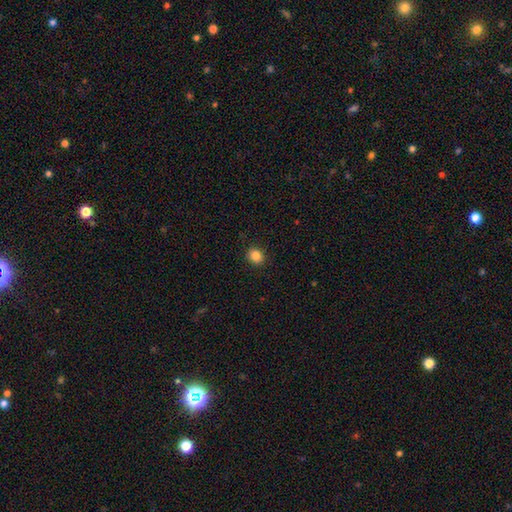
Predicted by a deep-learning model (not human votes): Overall: smooth (85%). How rounded: round (73%). Merging: none (91%).